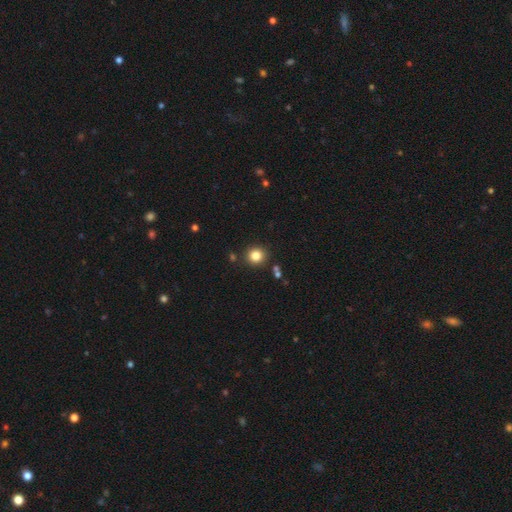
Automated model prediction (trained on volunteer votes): Smooth or featured? Predicted: smooth (p=0.82). How rounded? Predicted: round (p=0.89). Merging? Predicted: none (p=0.87).